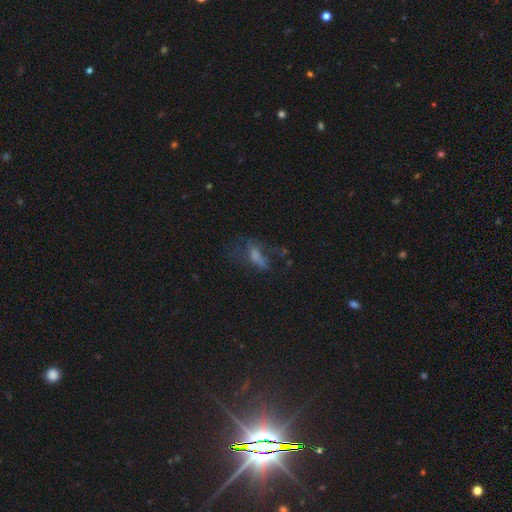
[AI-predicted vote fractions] Smooth or featured: smooth — 37% (featured or disk — 34%)
Merging: none — 45% (major disturbance — 30%)